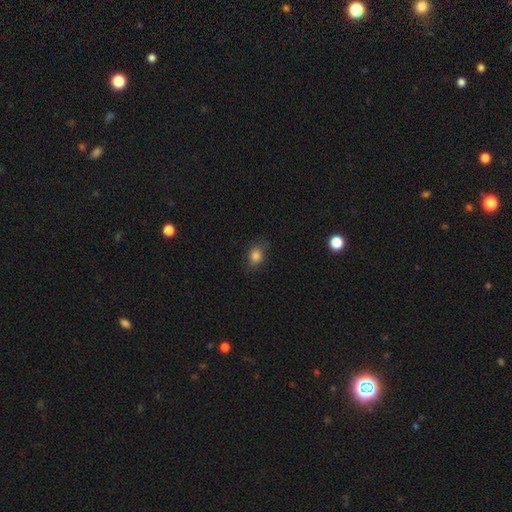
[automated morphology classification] This is clearly a smooth galaxy (82%). How rounded: possibly in between (59%). Merging: likely none (76%).